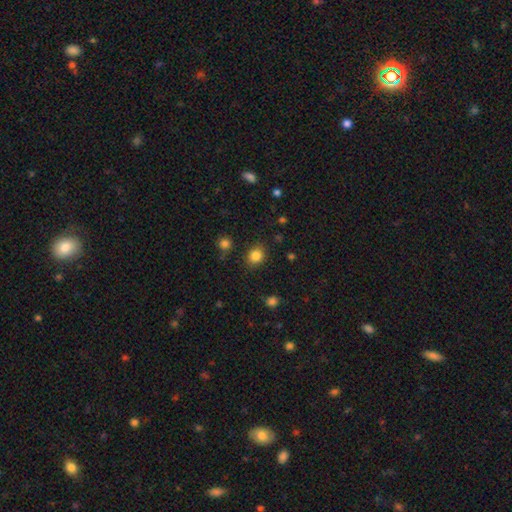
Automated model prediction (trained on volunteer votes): Morphology: type=smooth (84%); roundness=round (71%); merging=none (85%).